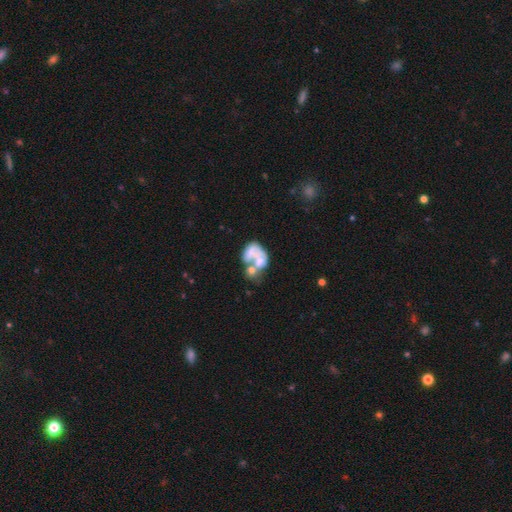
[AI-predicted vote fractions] Smooth or featured? Predicted: featured or disk (p=0.52). Edge-on disk? Predicted: no (p=0.98). Bar? Predicted: no (p=0.91). Spiral arms? Predicted: no (p=0.87). Bulge size? Predicted: none (p=0.62). Merging? Predicted: merger (p=0.54).